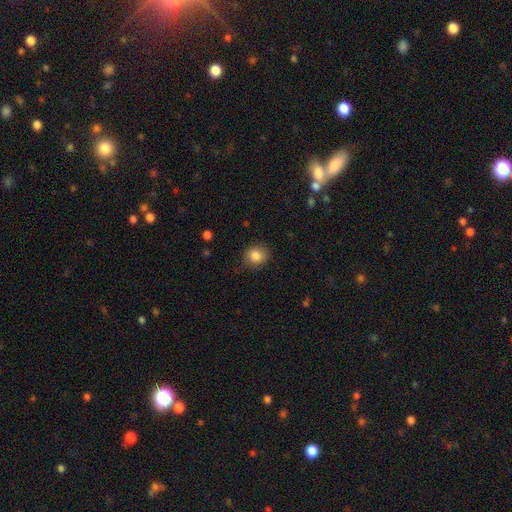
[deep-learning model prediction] The model was most divided on "how rounded": round: 80%, in between: 19%, cigar-shaped: 1%. More confident: smooth or featured — smooth (85%); merging — none (84%).